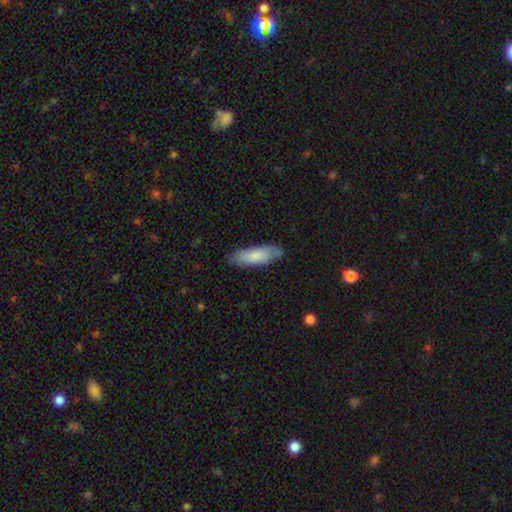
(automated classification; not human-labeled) Smooth or featured?
  - smooth: 78% *
  - featured or disk: 16%
  - star or artifact: 6%
How rounded?
  - in between: 52% *
  - cigar-shaped: 46%
  - round: 2%
Merging?
  - none: 76% *
  - minor disturbance: 19%
  - major disturbance: 3%
  - merger: 1%